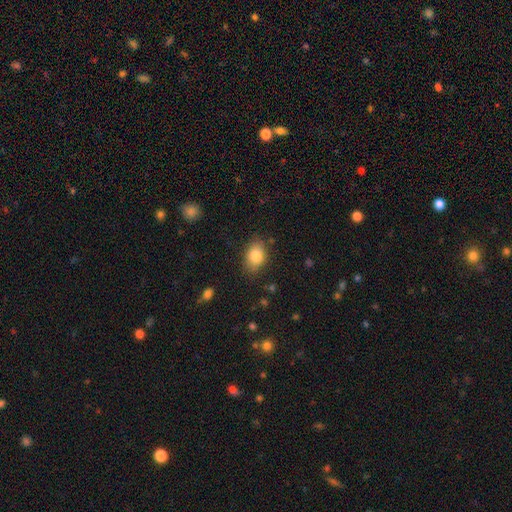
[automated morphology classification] smooth 84%, star or artifact 8%, featured or disk 8%. Down the decision tree: how rounded — in between (80%); merging — none (79%).